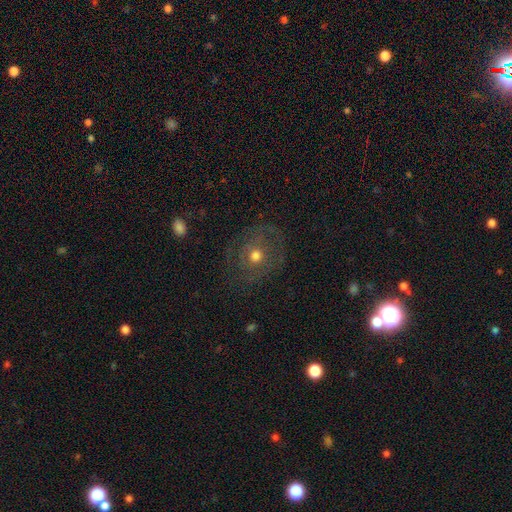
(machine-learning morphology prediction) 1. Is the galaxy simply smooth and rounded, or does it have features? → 48% featured or disk, 40% smooth, 11% star or artifact.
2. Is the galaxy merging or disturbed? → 71% none, 16% minor disturbance, 12% major disturbance, 2% merger.